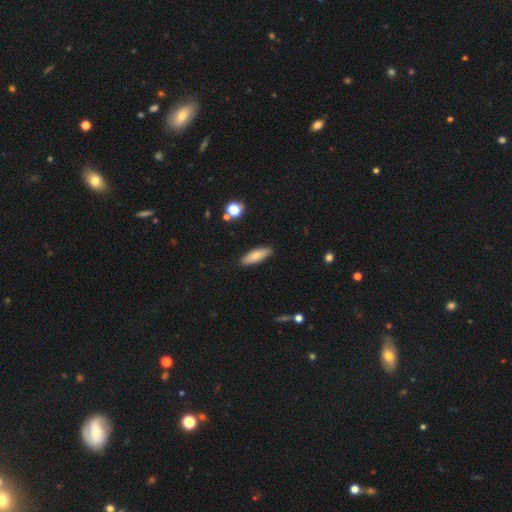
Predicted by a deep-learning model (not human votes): Smooth or featured: smooth — 77% (featured or disk — 17%)
How rounded: in between — 53% (cigar-shaped — 45%)
Merging: none — 88% (minor disturbance — 9%)